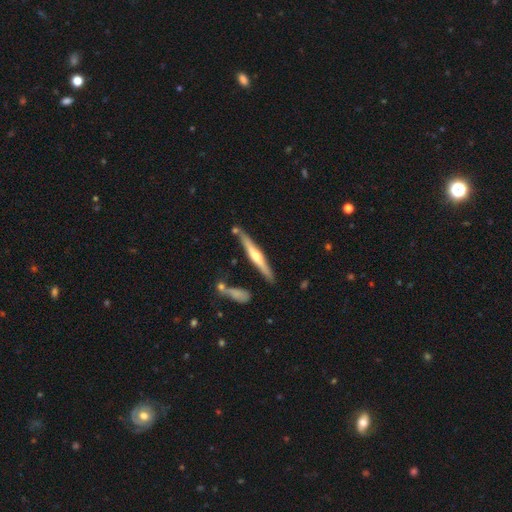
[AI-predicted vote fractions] Smooth or featured: featured or disk — 67% (smooth — 28%)
Edge-on disk: yes — 96% (no — 4%)
Edge-on bulge: rounded — 87% (none — 8%)
Merging: none — 80% (minor disturbance — 12%)